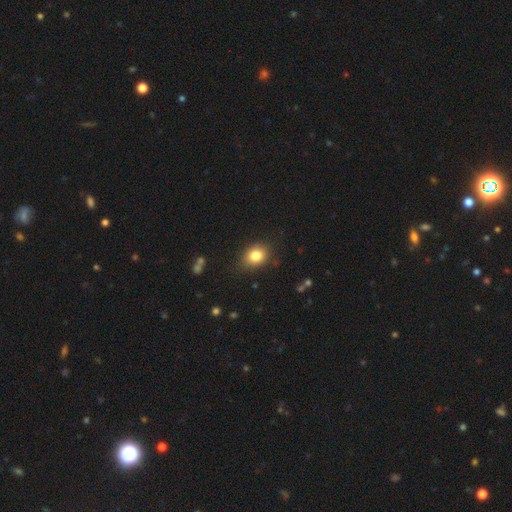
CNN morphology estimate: Smooth or featured: smooth — 81% (star or artifact — 10%)
How rounded: in between — 52% (round — 47%)
Merging: none — 81% (minor disturbance — 14%)